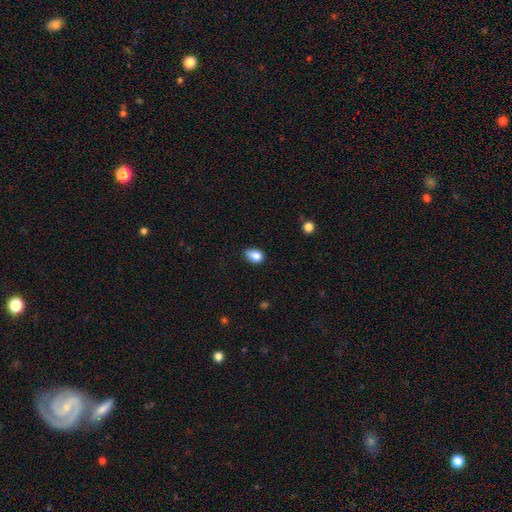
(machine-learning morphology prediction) smooth_or_featured: smooth (p=0.85) [alt: star or artifact p=0.09]
how_rounded: in between (p=0.78) [alt: round p=0.20]
merging: none (p=0.55) [alt: minor disturbance p=0.35]